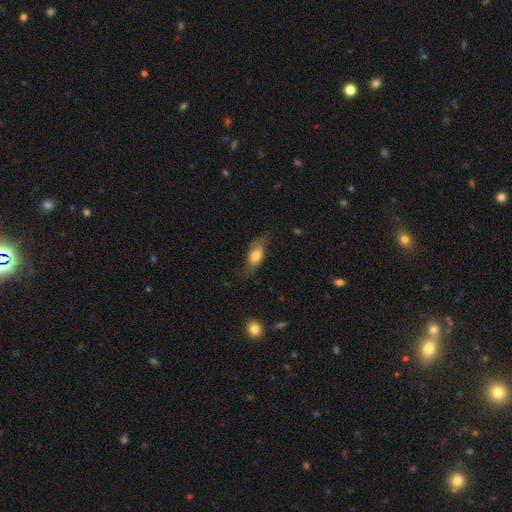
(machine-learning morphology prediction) smooth 66%, featured or disk 27%, star or artifact 7%. Down the decision tree: how rounded — in between (73%); merging — none (65%).